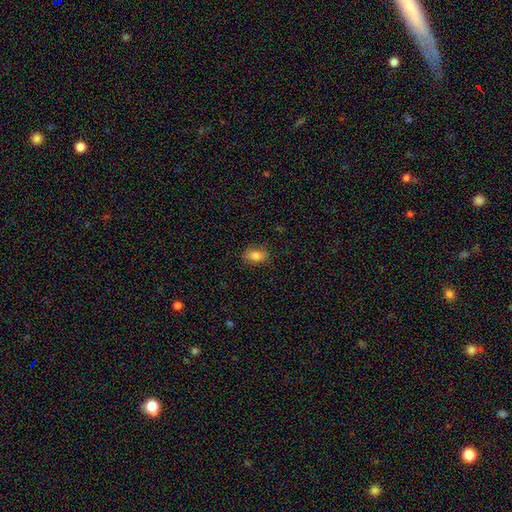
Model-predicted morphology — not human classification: smooth 83%, star or artifact 9%, featured or disk 8%. Down the decision tree: how rounded — in between (87%); merging — none (82%).